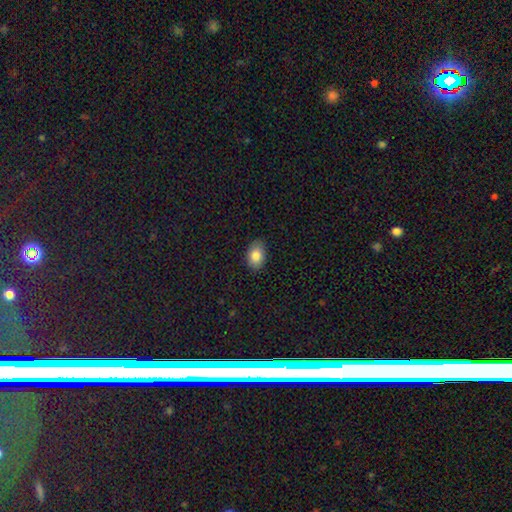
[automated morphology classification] smooth-or-featured: smooth: 85% | star or artifact: 8% | featured or disk: 7%
  how-rounded: in between: 83% | round: 16% | cigar-shaped: 1%
  merging: none: 85% | minor disturbance: 11% | major disturbance: 2% | merger: 1%